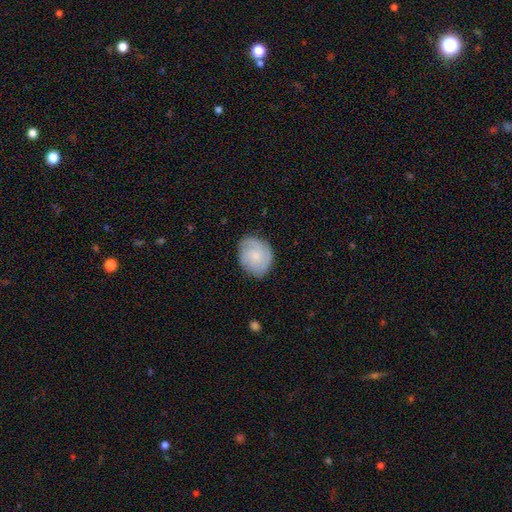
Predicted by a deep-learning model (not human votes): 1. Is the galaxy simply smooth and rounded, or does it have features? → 49% featured or disk, 44% smooth, 7% star or artifact.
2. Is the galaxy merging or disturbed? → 78% none, 16% minor disturbance, 4% major disturbance, 1% merger.